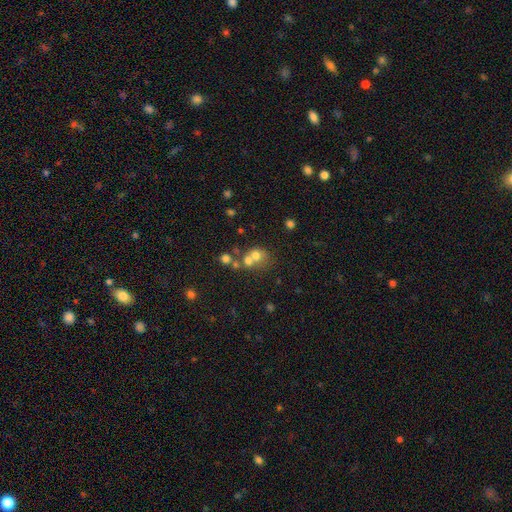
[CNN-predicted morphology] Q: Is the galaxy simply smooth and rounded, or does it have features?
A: smooth — 62%.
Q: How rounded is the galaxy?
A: round — 70%.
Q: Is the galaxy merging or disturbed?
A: merger — 54%.